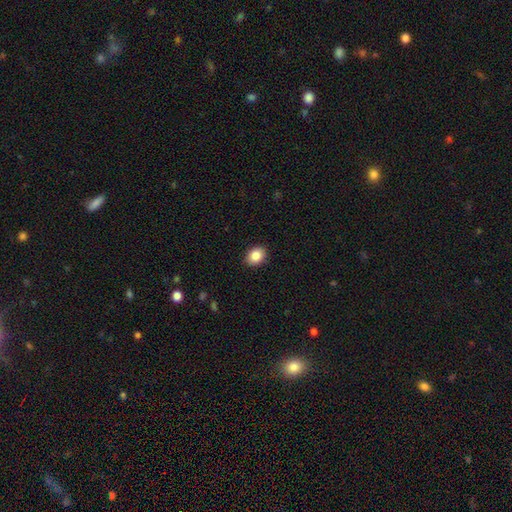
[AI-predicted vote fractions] Morphology: type=smooth (87%); roundness=in between (67%); merging=none (89%).